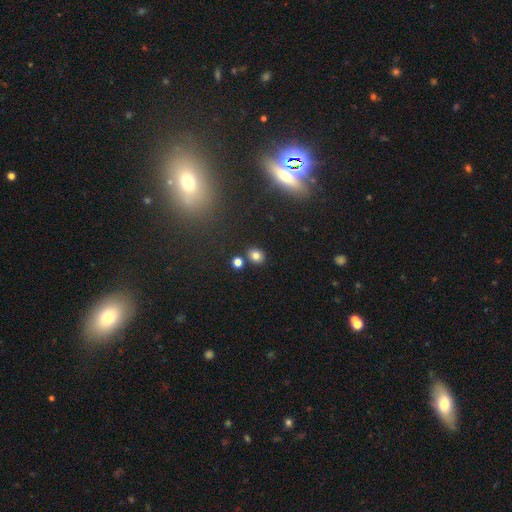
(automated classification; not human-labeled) The model was most divided on "how rounded": round: 62%, in between: 36%, cigar-shaped: 1%. More confident: merging — none (80%); smooth or featured — smooth (78%).